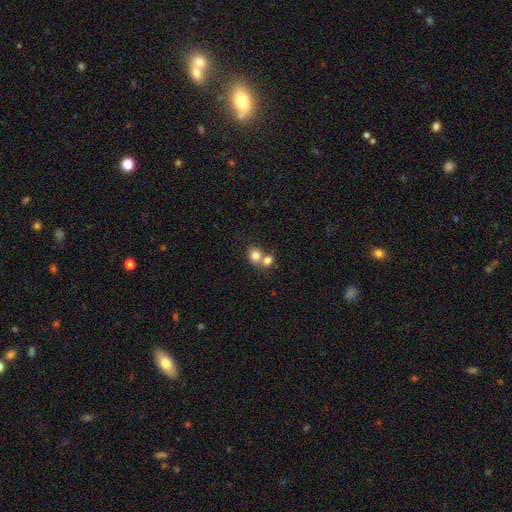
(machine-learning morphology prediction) This is clearly a smooth galaxy (80%). How rounded: likely round (70%). Merging: possibly merger (57%).